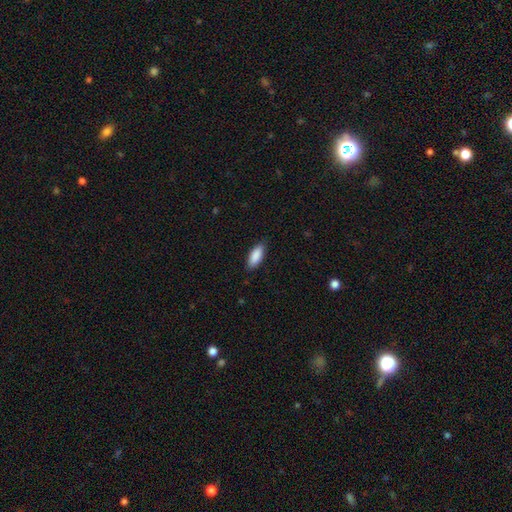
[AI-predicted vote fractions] smooth 90%, star or artifact 6%, featured or disk 5%. Down the decision tree: how rounded — in between (81%); merging — none (86%).